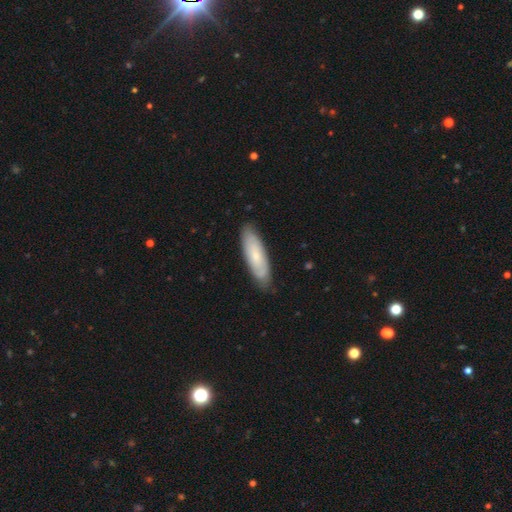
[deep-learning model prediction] Overall: smooth (58%; featured or disk 35%). How rounded: in between (50%; cigar-shaped 49%). Merging: none (82%).